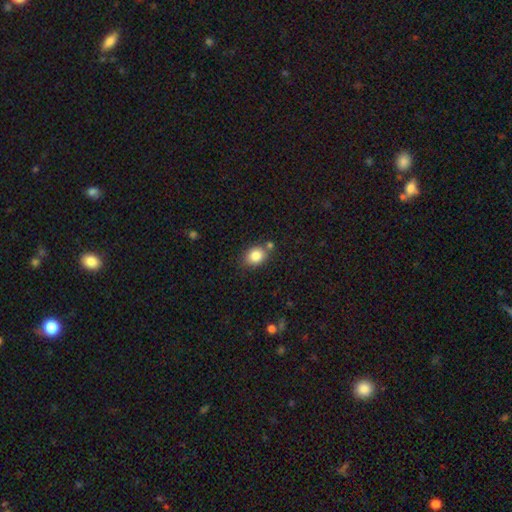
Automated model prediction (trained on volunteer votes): smooth-or-featured: smooth: 84% | star or artifact: 9% | featured or disk: 7%
  how-rounded: in between: 53% | round: 46% | cigar-shaped: 1%
  merging: none: 71% | minor disturbance: 14% | merger: 12% | major disturbance: 3%